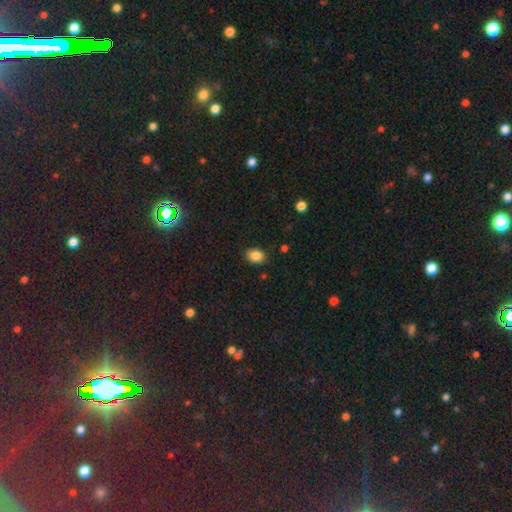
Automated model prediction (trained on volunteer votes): Morphology: type=smooth (86%); roundness=in between (69%); merging=none (86%).